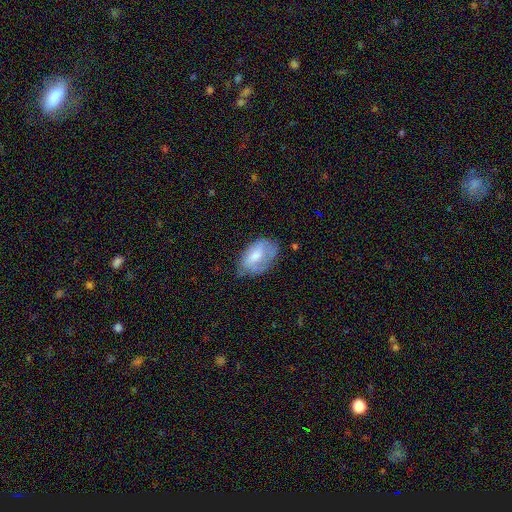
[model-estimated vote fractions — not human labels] A smooth galaxy with no disk features (62%) that is in between round and cigar-shaped (90%). Merging: none (48%).